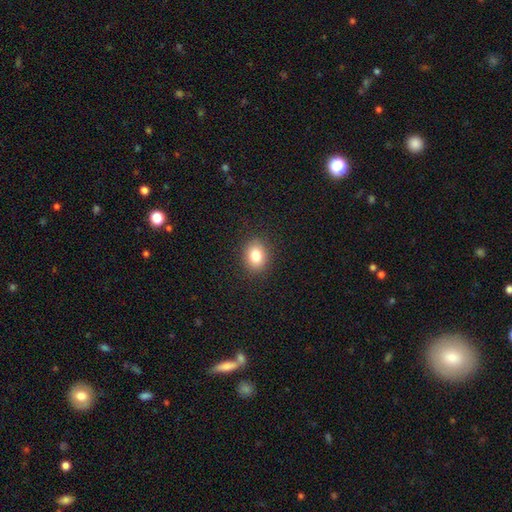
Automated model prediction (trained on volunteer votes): The model was most divided on "how rounded": in between: 52%, round: 47%, cigar-shaped: 1%. More confident: merging — none (89%); smooth or featured — smooth (82%).